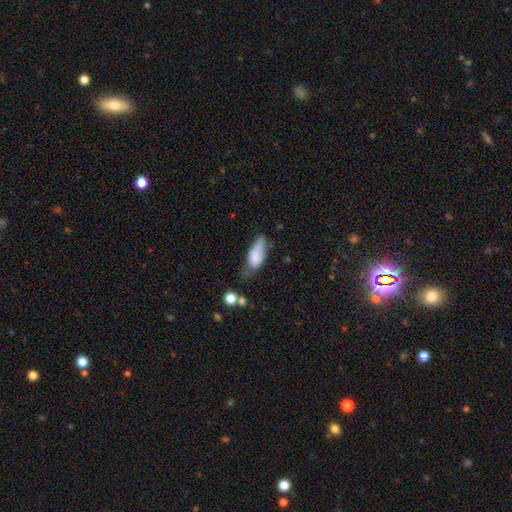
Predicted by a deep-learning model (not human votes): A smooth galaxy with no disk features (77%) that is in between round and cigar-shaped (78%).

Vote fractions:
- Smooth or featured? smooth: 77% / featured or disk: 15% / star or artifact: 7%
- How rounded? in between: 78% / cigar-shaped: 20% / round: 3%
- Merging? minor disturbance: 40% / none: 33% / major disturbance: 20% / merger: 7%